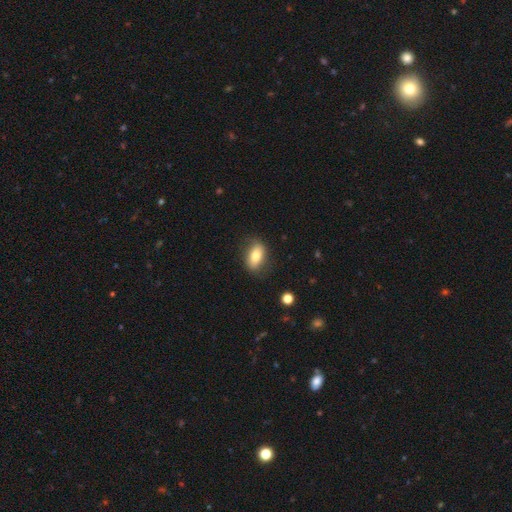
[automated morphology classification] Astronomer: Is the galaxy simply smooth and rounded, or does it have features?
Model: smooth — 78%.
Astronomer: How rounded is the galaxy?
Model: in between — 86%.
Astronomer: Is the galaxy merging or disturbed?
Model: none — 77%.